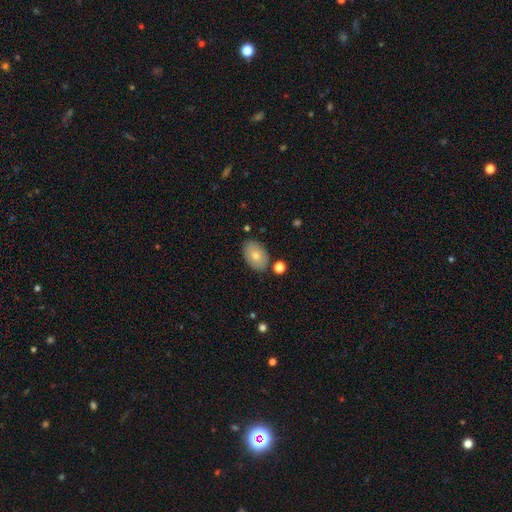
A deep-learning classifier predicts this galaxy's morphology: Smooth or featured? smooth (76%)
How rounded? in between (89%)
Merging? none (82%)